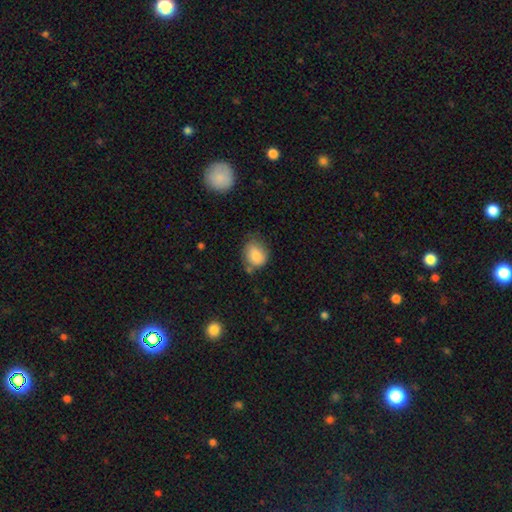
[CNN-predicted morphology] A smooth galaxy with no disk features (81%) that is round (59%). Merging: none (58%).